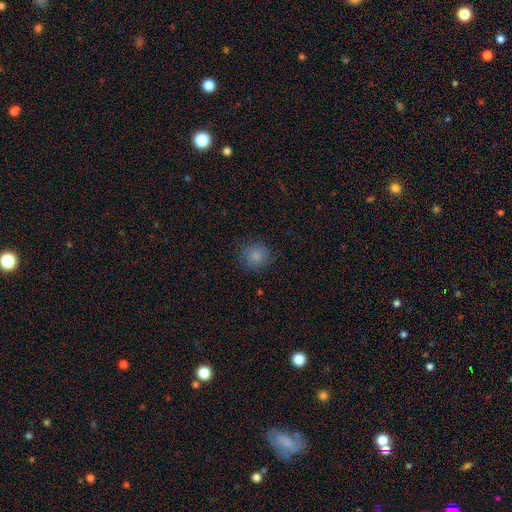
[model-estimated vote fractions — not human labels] smooth 84%, star or artifact 10%, featured or disk 7%. Down the decision tree: how rounded — round (87%); merging — none (83%).